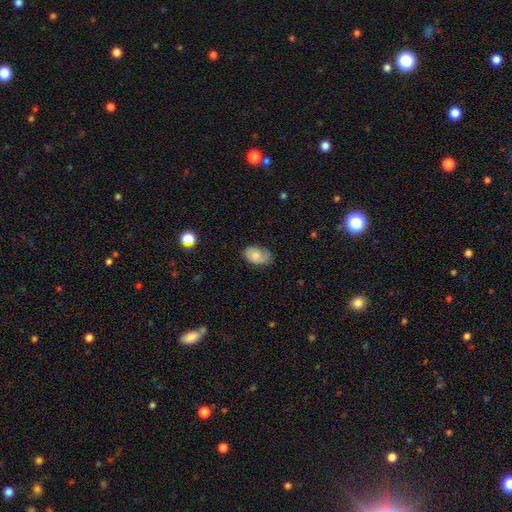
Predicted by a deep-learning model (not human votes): smooth_or_featured: smooth (p=0.61) [alt: featured or disk p=0.31]
how_rounded: in between (p=0.84) [alt: round p=0.15]
merging: none (p=0.62) [alt: minor disturbance p=0.27]